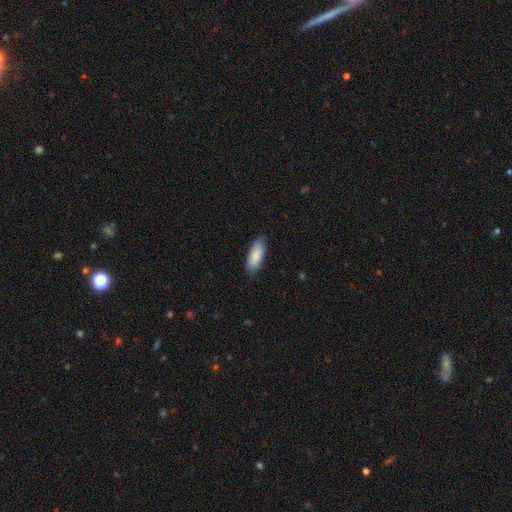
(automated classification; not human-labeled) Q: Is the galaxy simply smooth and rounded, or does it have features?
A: smooth — 86%.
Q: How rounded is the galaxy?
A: in between — 71%.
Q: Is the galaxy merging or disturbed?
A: none — 86%.